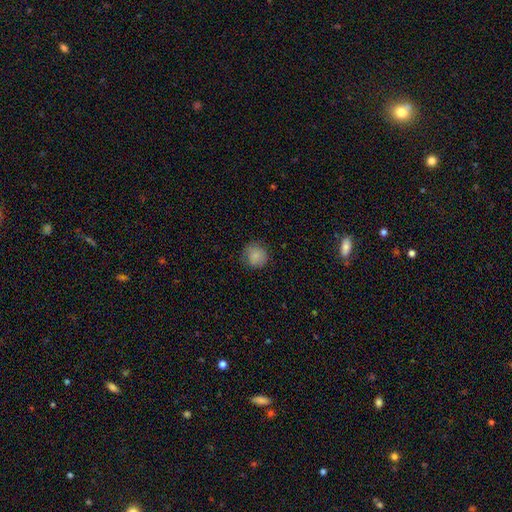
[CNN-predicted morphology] Q: Smooth or featured?
A: smooth (83%); runner-up: featured or disk (9%)
Q: How rounded?
A: round (89%); runner-up: in between (10%)
Q: Merging?
A: none (76%); runner-up: minor disturbance (18%)